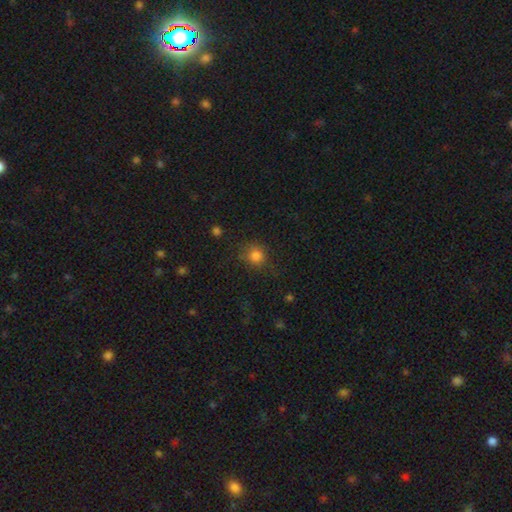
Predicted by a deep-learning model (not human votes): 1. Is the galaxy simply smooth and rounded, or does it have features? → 81% smooth, 13% star or artifact, 6% featured or disk.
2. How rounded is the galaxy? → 89% round, 10% in between, 1% cigar-shaped.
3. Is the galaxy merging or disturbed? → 78% none, 13% minor disturbance, 6% major disturbance, 2% merger.